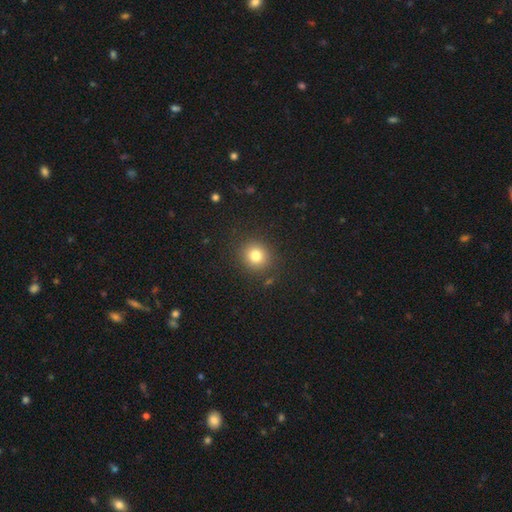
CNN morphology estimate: This is clearly a smooth galaxy (80%). How rounded: clearly round (88%). Merging: clearly none (88%).